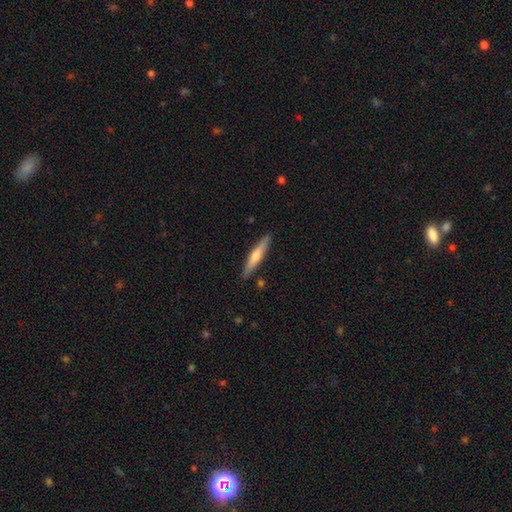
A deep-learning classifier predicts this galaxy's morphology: A smooth galaxy with no disk features (50%) that is cigar-shaped (91%).

Vote fractions:
- Smooth or featured? smooth: 50% / featured or disk: 44% / star or artifact: 6%
- How rounded? cigar-shaped: 91% / in between: 8% / round: 1%
- Merging? none: 89% / minor disturbance: 8% / merger: 2% / major disturbance: 2%